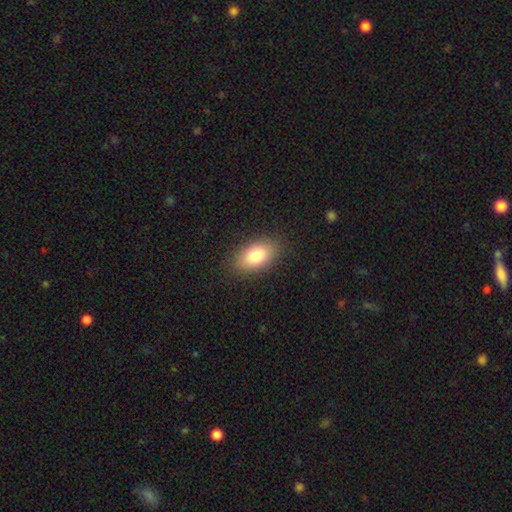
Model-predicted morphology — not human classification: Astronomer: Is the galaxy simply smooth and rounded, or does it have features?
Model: smooth — 80%.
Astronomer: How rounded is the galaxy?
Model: in between — 90%.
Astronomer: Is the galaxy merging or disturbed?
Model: none — 87%.